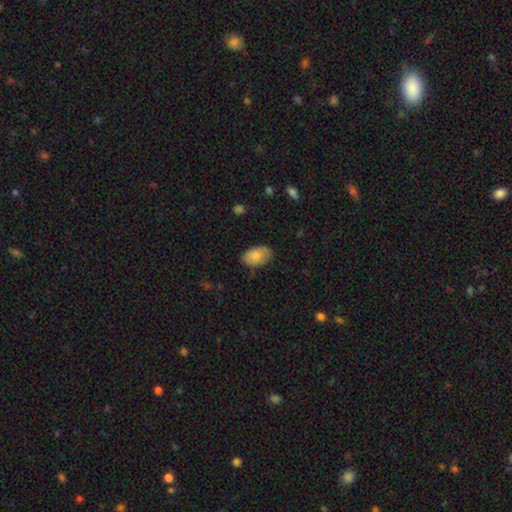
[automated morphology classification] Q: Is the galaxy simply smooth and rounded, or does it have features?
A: smooth — 83%.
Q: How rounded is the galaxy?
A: in between — 92%.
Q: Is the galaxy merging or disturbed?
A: none — 76%.